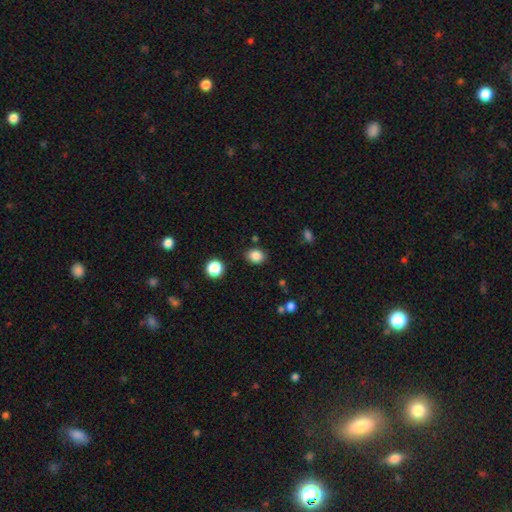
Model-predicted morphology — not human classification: Smooth or featured?
  - smooth: 85% *
  - star or artifact: 11%
  - featured or disk: 4%
How rounded?
  - round: 52% *
  - in between: 47%
  - cigar-shaped: 1%
Merging?
  - none: 84% *
  - minor disturbance: 11%
  - major disturbance: 3%
  - merger: 3%